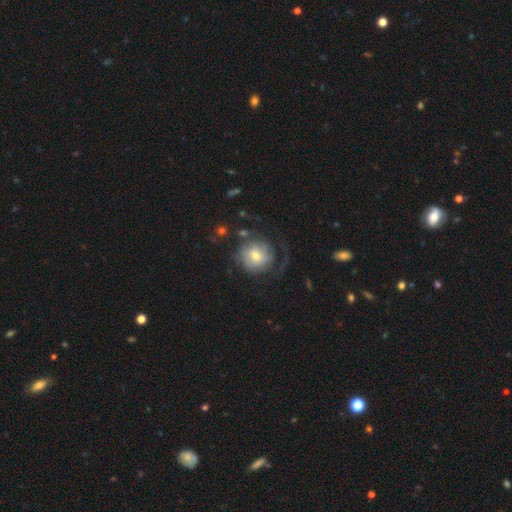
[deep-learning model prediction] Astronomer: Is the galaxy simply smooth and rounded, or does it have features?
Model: featured or disk — 60%.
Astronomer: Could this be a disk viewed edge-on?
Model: no — 97%.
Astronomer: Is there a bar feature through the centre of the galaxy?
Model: no — 50% (runner-up: weak, 42%).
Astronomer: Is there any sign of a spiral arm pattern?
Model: yes — 85%.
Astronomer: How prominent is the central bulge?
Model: moderate — 53% (runner-up: small, 36%).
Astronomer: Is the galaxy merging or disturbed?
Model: none — 50% (runner-up: major disturbance, 29%).